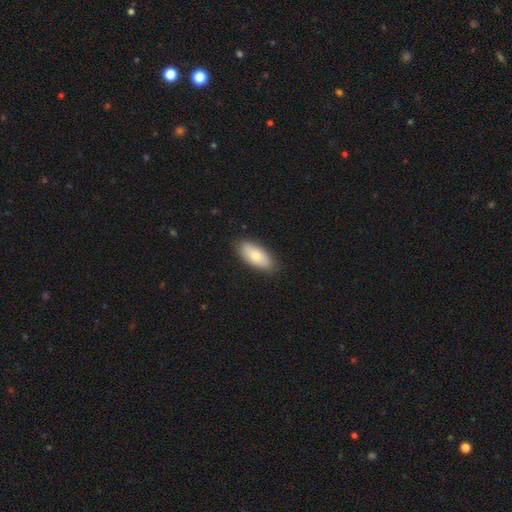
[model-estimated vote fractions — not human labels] Smooth or featured?
  - smooth: 77% *
  - featured or disk: 17%
  - star or artifact: 6%
How rounded?
  - in between: 89% *
  - cigar-shaped: 9%
  - round: 2%
Merging?
  - none: 85% *
  - minor disturbance: 12%
  - major disturbance: 2%
  - merger: 1%